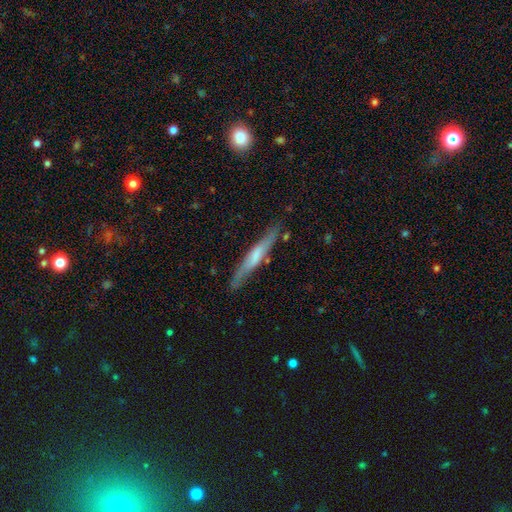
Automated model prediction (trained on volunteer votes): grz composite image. It shows a featured or disk galaxy (51%) viewed edge-on (88%). Merging: none (79%).